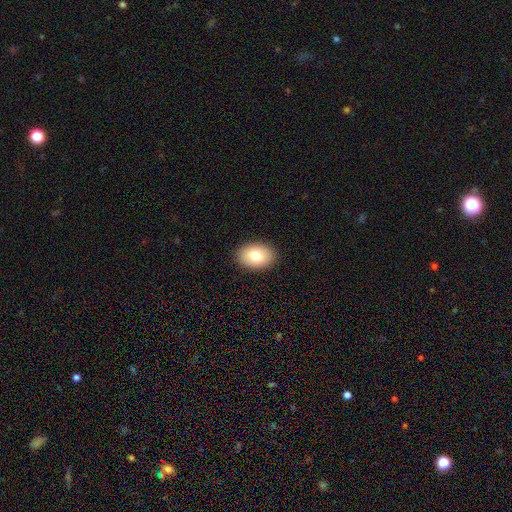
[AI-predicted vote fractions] A smooth galaxy with no disk features (82%) that is in between round and cigar-shaped (85%).

Vote fractions:
- Smooth or featured? smooth: 82% / featured or disk: 11% / star or artifact: 7%
- How rounded? in between: 85% / round: 14% / cigar-shaped: 1%
- Merging? none: 90% / minor disturbance: 7% / major disturbance: 2% / merger: 1%